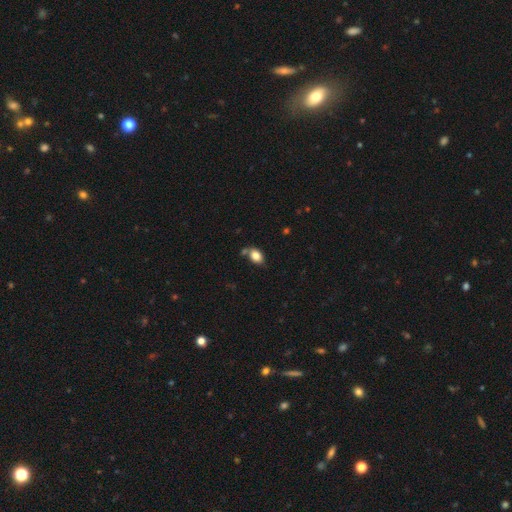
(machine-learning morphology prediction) Smooth or featured? smooth (83%)
How rounded? in between (77%)
Merging? none (64%)